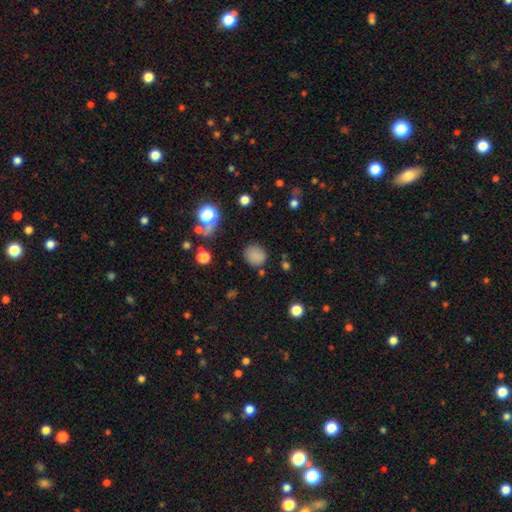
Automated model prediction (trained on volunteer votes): A smooth galaxy with no disk features (80%) that is round (81%).

Vote fractions:
- Smooth or featured? smooth: 80% / star or artifact: 14% / featured or disk: 6%
- How rounded? round: 81% / in between: 18% / cigar-shaped: 1%
- Merging? none: 80% / minor disturbance: 12% / major disturbance: 5% / merger: 3%